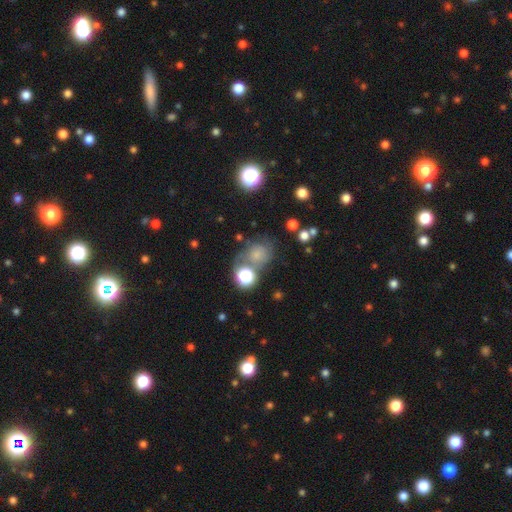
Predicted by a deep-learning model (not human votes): Morphology: type=smooth (46%); merging=none (59%).